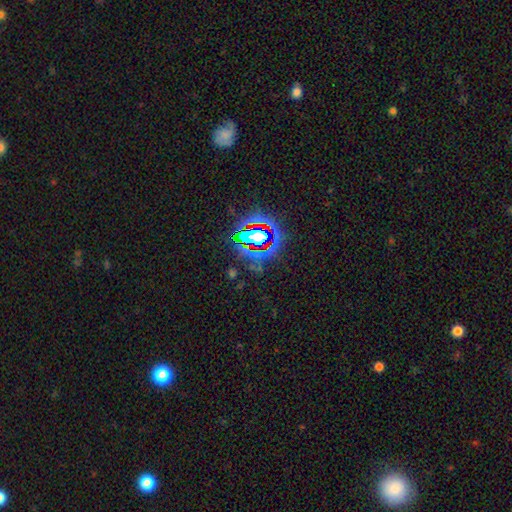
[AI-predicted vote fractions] smooth-or-featured: star or artifact: 78% | smooth: 11% | featured or disk: 10%